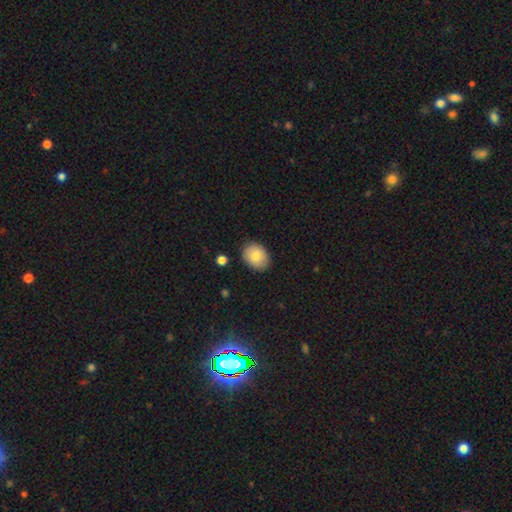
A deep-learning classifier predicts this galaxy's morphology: Overall: smooth (79%). How rounded: in between (60%; round 39%). Merging: none (85%).